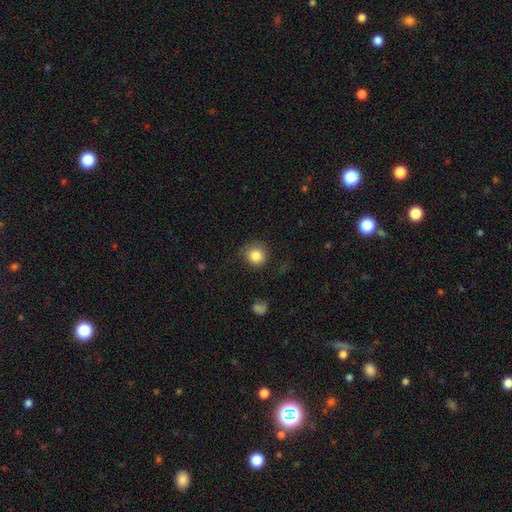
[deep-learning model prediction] Smooth or featured?
  - smooth: 84% *
  - star or artifact: 10%
  - featured or disk: 6%
How rounded?
  - round: 87% *
  - in between: 12%
  - cigar-shaped: 1%
Merging?
  - none: 71% *
  - minor disturbance: 21%
  - major disturbance: 6%
  - merger: 2%